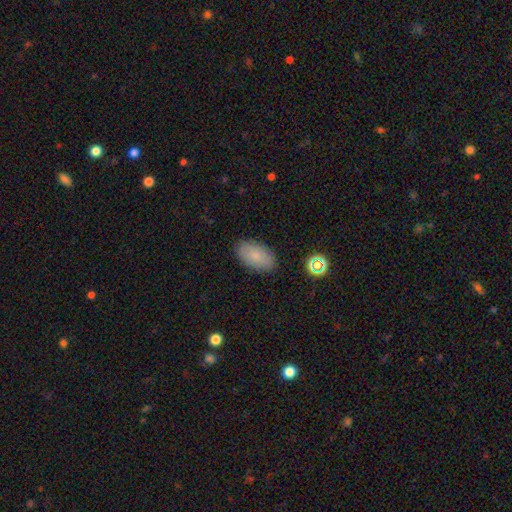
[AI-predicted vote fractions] smooth_or_featured: smooth (p=0.83) [alt: star or artifact p=0.08]
how_rounded: in between (p=0.93) [alt: round p=0.05]
merging: none (p=0.87) [alt: minor disturbance p=0.09]